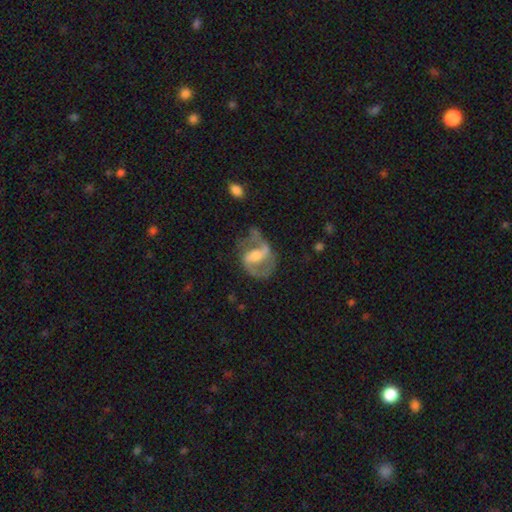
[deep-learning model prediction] This appears to be a featured or disk galaxy (85%) with a strong bar (42%), 2 (87%) medium (50%) spiral arms (92%) and a moderate central bulge (54%). Merging: none (57%).